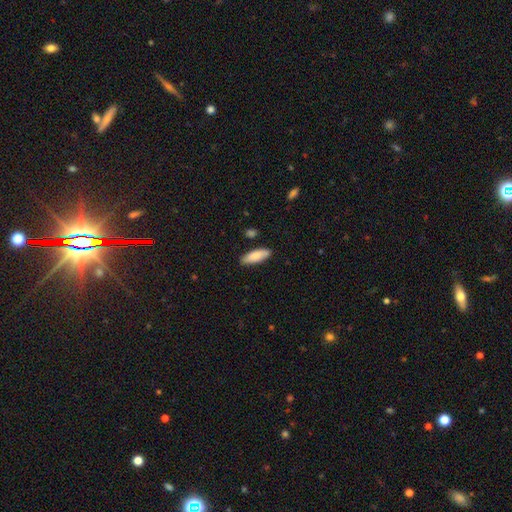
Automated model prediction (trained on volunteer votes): This is clearly a smooth galaxy (84%). How rounded: likely in between (63%). Merging: clearly none (84%).